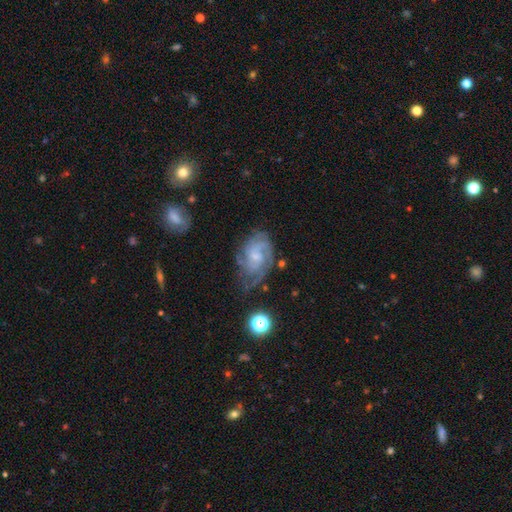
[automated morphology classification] A featured or disk galaxy (81%) with no bar (60%), can't tell (29%, tied with 2) tight (53%) spiral arms (95%) and a small central bulge (62%). Merging: none (58%).